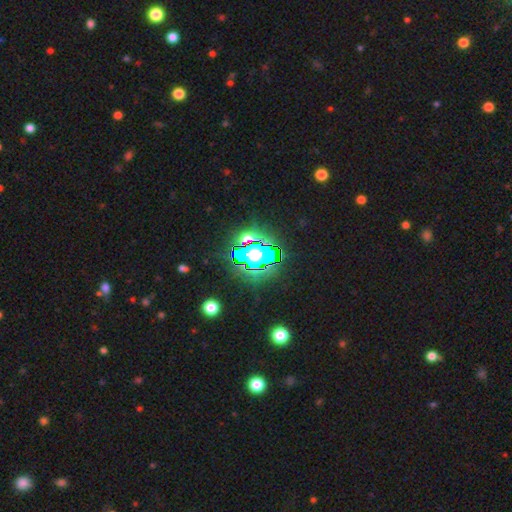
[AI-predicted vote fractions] Morphology: type=star or artifact (64%).